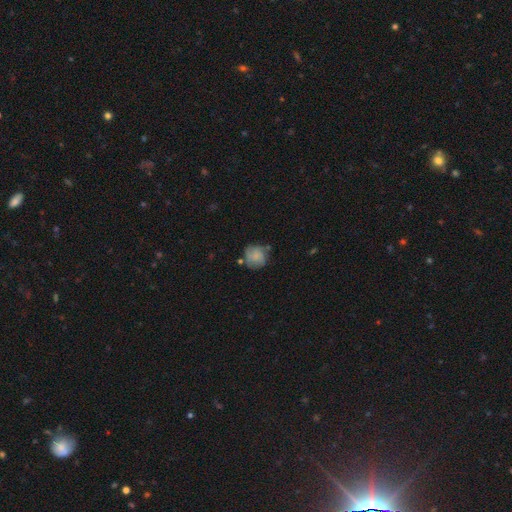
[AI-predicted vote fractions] The model was most divided on "smooth or featured": smooth: 59%, featured or disk: 32%, star or artifact: 9%. More confident: how rounded — round (83%); merging — none (60%).